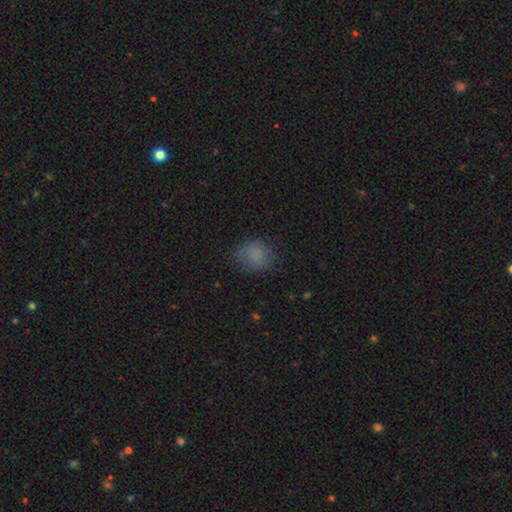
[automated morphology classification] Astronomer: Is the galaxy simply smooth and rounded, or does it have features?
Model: smooth — 80%.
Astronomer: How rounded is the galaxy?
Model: round — 65%.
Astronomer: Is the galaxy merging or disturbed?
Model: none — 69%.